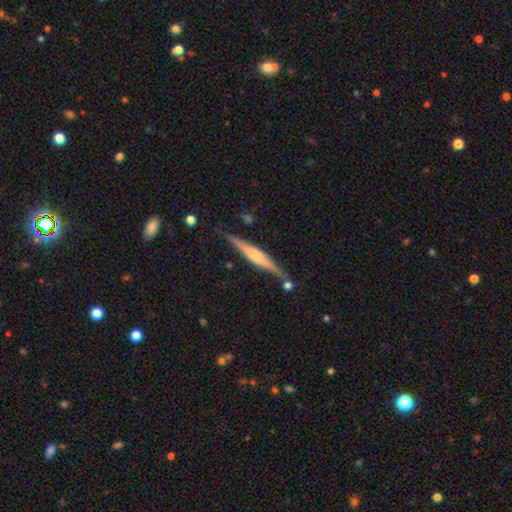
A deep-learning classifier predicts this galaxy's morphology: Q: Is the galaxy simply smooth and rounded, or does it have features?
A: featured or disk — 68%.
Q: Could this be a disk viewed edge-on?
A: yes — 97%.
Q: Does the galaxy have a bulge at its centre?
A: rounded — 58%.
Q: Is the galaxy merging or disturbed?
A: none — 81%.